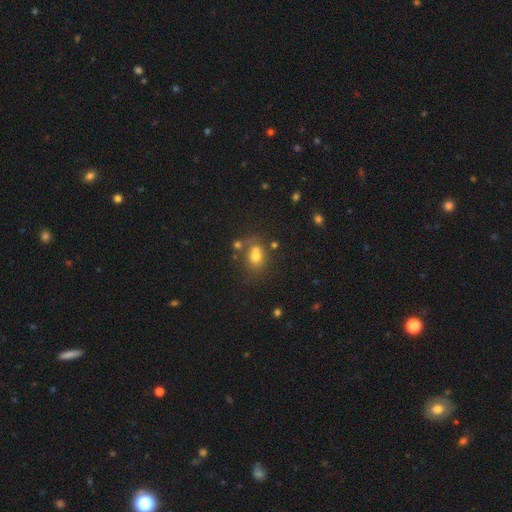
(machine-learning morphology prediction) This appears to be a smooth galaxy with no disk features (69%) that is in between round and cigar-shaped (50%). Merging: none (47%).